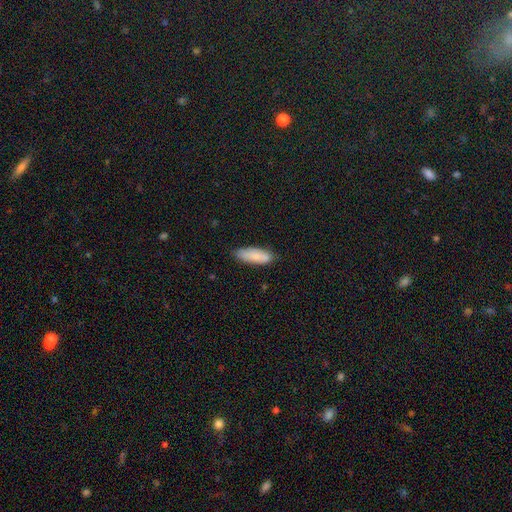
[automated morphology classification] A smooth galaxy with no disk features (85%) that is in between round and cigar-shaped (64%).

Vote fractions:
- Smooth or featured? smooth: 85% / featured or disk: 9% / star or artifact: 6%
- How rounded? in between: 64% / cigar-shaped: 34% / round: 2%
- Merging? none: 78% / minor disturbance: 18% / major disturbance: 3% / merger: 1%